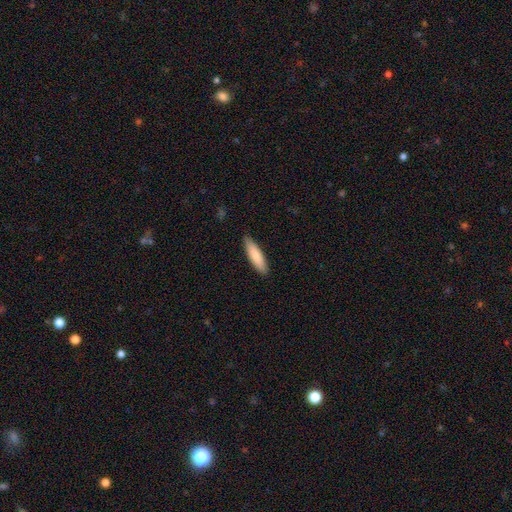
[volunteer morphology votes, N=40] smooth_or_featured: smooth (p=0.82) [alt: featured or disk p=0.10]
how_rounded: cigar-shaped (p=0.76) [alt: in between p=0.21]
merging: none (p=0.81) [alt: minor disturbance p=0.14]